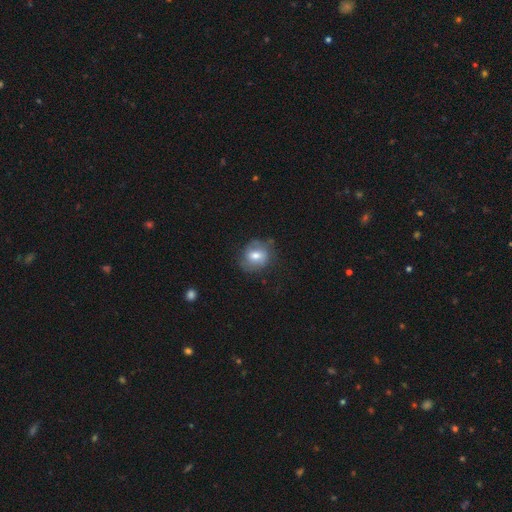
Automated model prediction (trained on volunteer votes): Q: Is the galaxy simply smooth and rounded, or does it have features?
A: smooth — 61%.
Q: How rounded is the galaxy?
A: round — 60%.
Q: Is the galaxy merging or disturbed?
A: none — 67%.